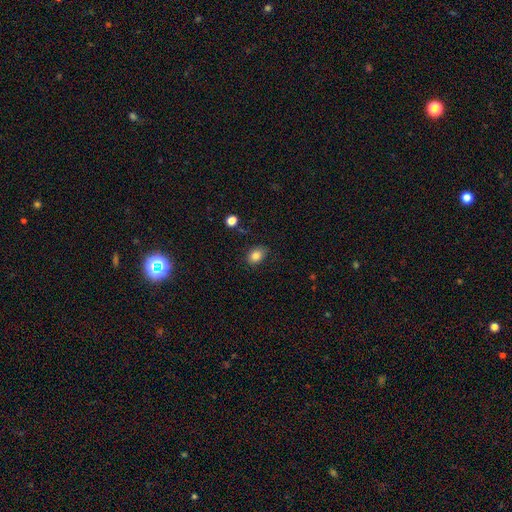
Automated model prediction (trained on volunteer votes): A smooth galaxy with no disk features (84%) that is in between round and cigar-shaped (72%).

Vote fractions:
- Smooth or featured? smooth: 84% / star or artifact: 10% / featured or disk: 6%
- How rounded? in between: 72% / round: 27% / cigar-shaped: 1%
- Merging? none: 80% / minor disturbance: 15% / major disturbance: 3% / merger: 2%